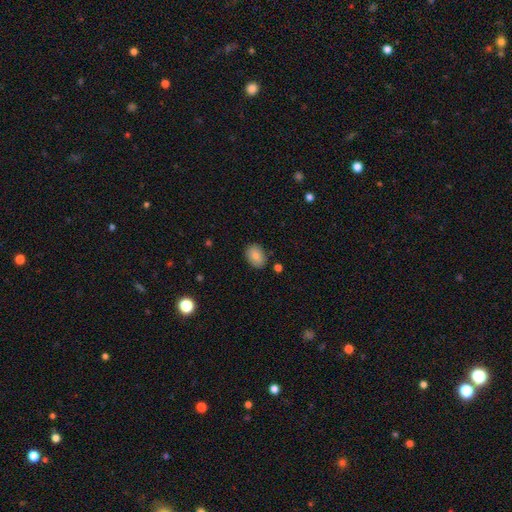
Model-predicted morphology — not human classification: type=smooth (85%); roundness=in between (80%); merging=none (85%).